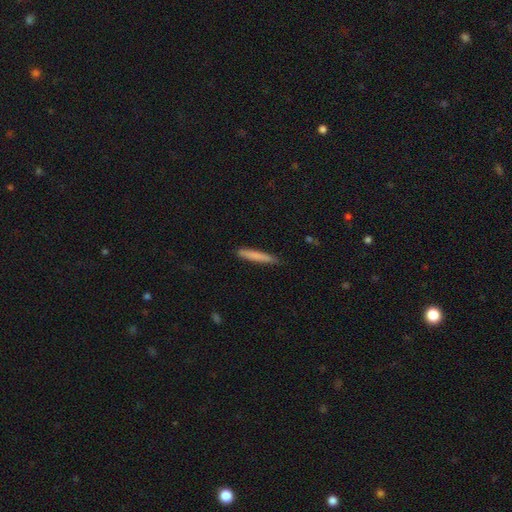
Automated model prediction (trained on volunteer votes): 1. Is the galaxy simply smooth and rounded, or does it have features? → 78% smooth, 16% featured or disk, 6% star or artifact.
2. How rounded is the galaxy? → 95% cigar-shaped, 4% in between, 1% round.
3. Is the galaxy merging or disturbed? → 83% none, 13% minor disturbance, 2% major disturbance, 1% merger.